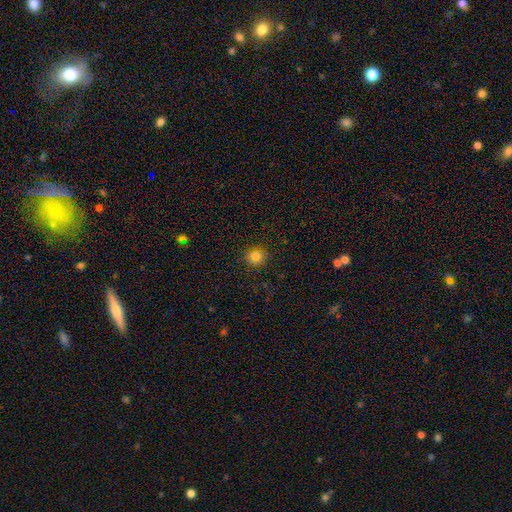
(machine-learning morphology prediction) The model was most divided on "smooth or featured": smooth: 83%, star or artifact: 12%, featured or disk: 5%. More confident: how rounded — round (93%); merging — none (91%).